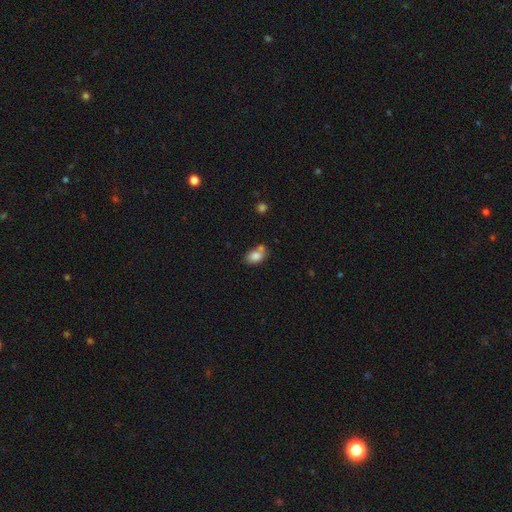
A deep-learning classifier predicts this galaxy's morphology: Smooth or featured?
  - smooth: 81% *
  - featured or disk: 10%
  - star or artifact: 9%
How rounded?
  - in between: 82% *
  - round: 17%
  - cigar-shaped: 2%
Merging?
  - none: 52% *
  - merger: 25%
  - minor disturbance: 18%
  - major disturbance: 5%